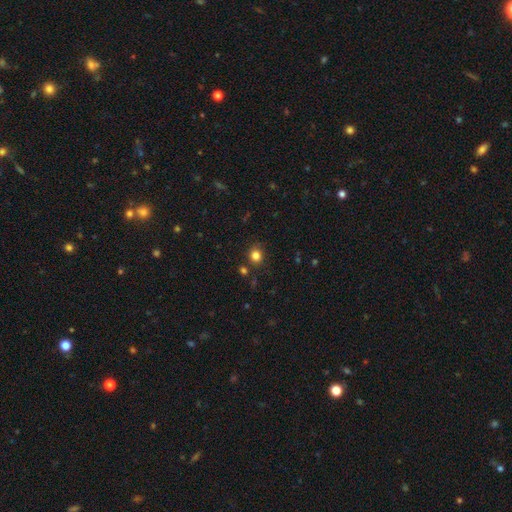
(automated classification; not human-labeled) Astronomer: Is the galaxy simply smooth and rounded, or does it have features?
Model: smooth — 82%.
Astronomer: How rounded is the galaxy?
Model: round — 80%.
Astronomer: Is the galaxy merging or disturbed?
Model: none — 83%.